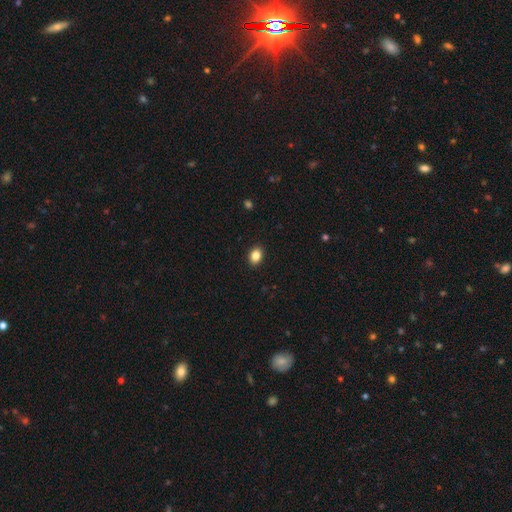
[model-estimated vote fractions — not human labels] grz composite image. It shows a smooth galaxy with no disk features (85%) that is in between round and cigar-shaped (67%). Merging: none (91%).